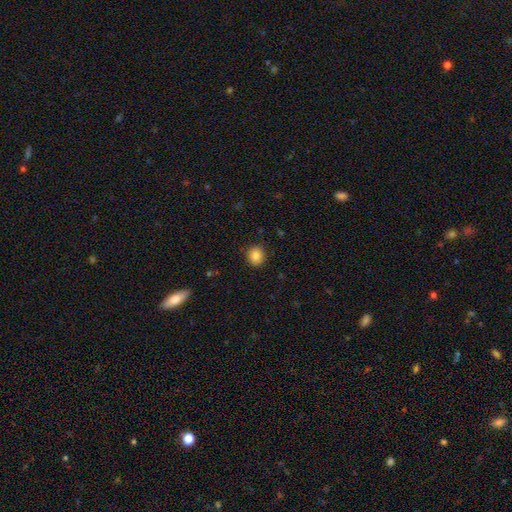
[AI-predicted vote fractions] smooth_or_featured: smooth (p=0.85) [alt: star or artifact p=0.10]
how_rounded: round (p=0.79) [alt: in between p=0.20]
merging: none (p=0.89) [alt: minor disturbance p=0.08]